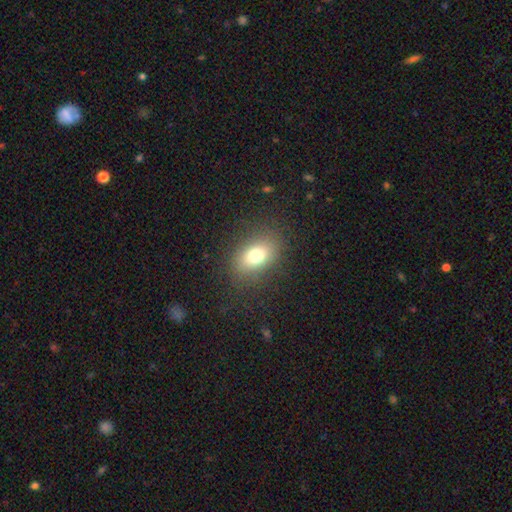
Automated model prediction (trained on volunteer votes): A smooth galaxy with no disk features (75%) that is in between round and cigar-shaped (78%).

Vote fractions:
- Smooth or featured? smooth: 75% / featured or disk: 13% / star or artifact: 12%
- How rounded? in between: 78% / round: 20% / cigar-shaped: 2%
- Merging? none: 82% / minor disturbance: 11% / major disturbance: 6% / merger: 1%